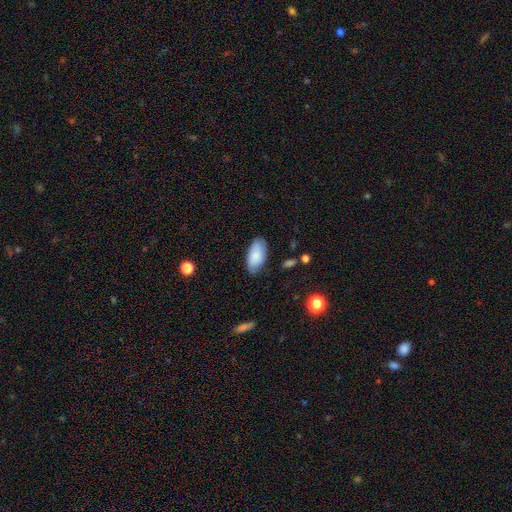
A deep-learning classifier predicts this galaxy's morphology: Overall: smooth (84%). How rounded: in between (94%). Merging: none (79%).